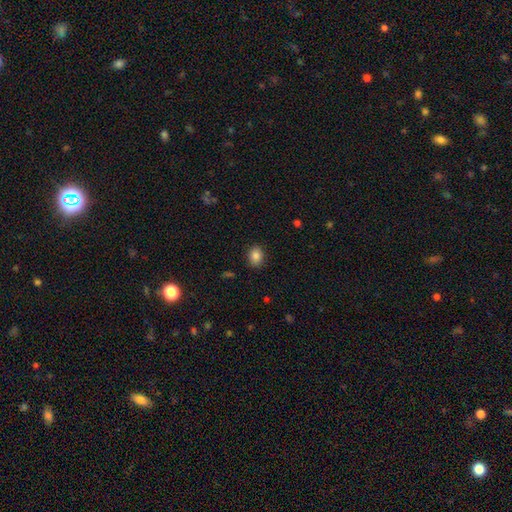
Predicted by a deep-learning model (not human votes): smooth 85%, star or artifact 9%, featured or disk 5%. Down the decision tree: how rounded — in between (54%); merging — none (88%).